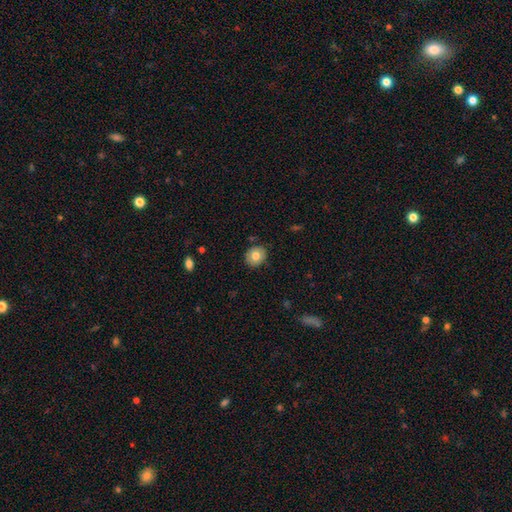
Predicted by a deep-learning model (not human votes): smooth-or-featured: smooth: 75% | featured or disk: 16% | star or artifact: 8%
  how-rounded: round: 72% | in between: 27% | cigar-shaped: 1%
  merging: none: 86% | minor disturbance: 10% | major disturbance: 2% | merger: 1%